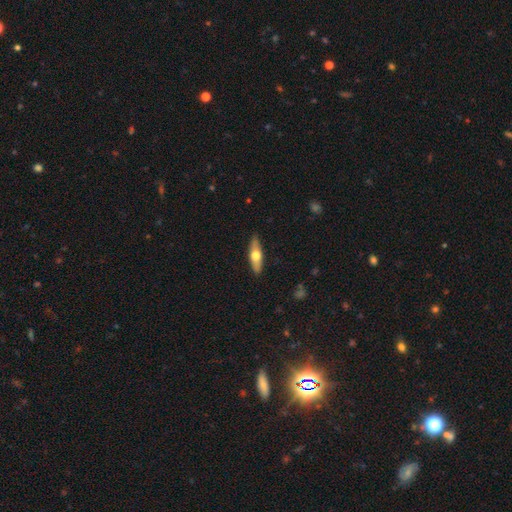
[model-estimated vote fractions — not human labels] Smooth or featured? Predicted: smooth (p=0.48). Merging? Predicted: none (p=0.88).